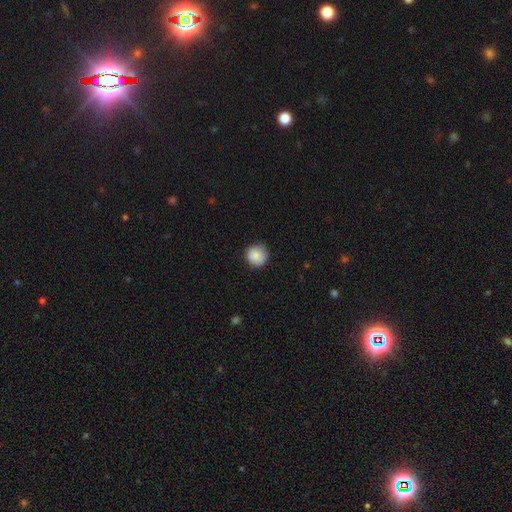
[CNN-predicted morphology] Overall: smooth (87%). How rounded: round (93%). Merging: none (82%).